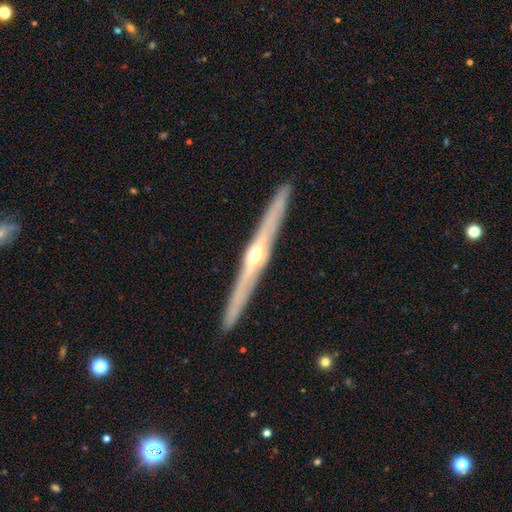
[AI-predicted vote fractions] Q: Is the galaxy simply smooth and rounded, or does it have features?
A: featured or disk — 80%.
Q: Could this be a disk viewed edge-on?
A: yes — 97%.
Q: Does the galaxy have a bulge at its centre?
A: rounded — 87%.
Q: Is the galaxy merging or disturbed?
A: none — 92%.